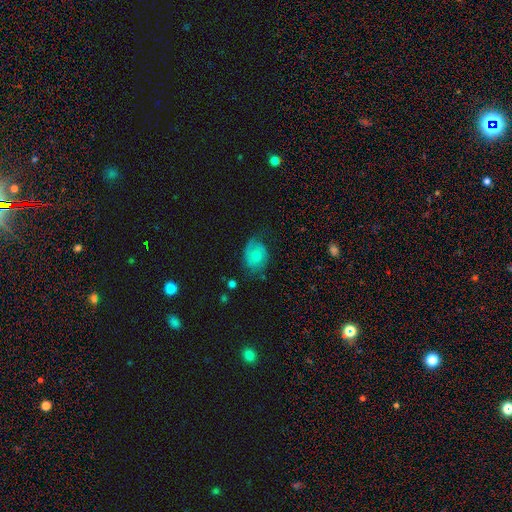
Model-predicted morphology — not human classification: This is possibly a featured or disk galaxy (47%). Merging: possibly none (55%).